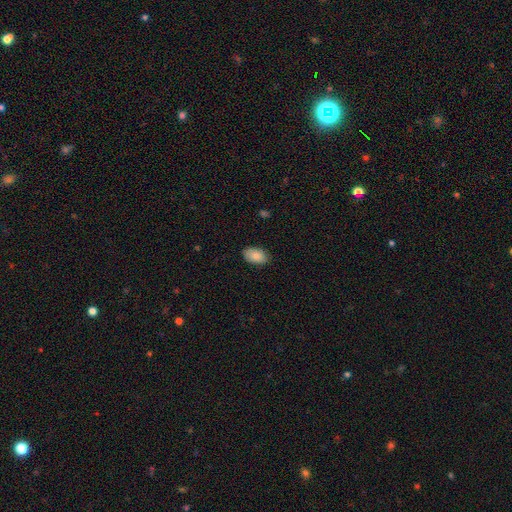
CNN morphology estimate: smooth_or_featured: smooth (p=0.86) [alt: featured or disk p=0.08]
how_rounded: in between (p=0.92) [alt: round p=0.07]
merging: none (p=0.85) [alt: minor disturbance p=0.12]